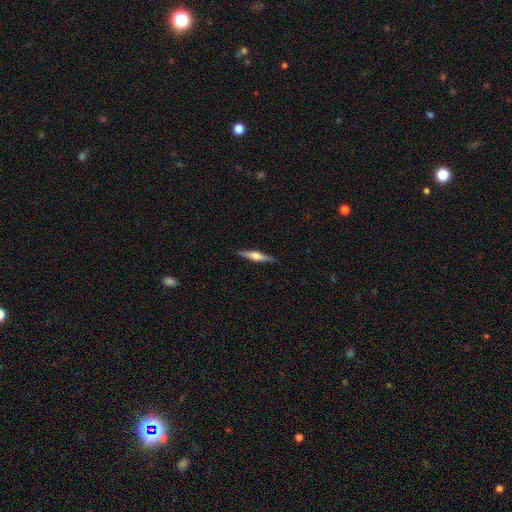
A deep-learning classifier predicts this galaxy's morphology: Overall: featured or disk (63%; smooth 31%). Edge-on disk: yes (97%). Edge-on bulge: rounded (89%). Merging: none (90%).